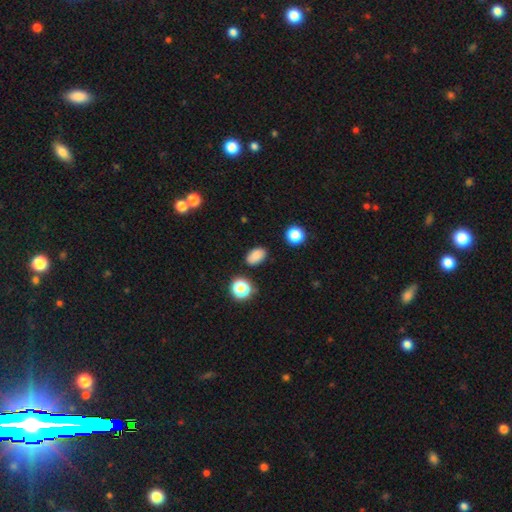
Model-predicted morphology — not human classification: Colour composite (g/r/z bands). It shows a smooth galaxy with no disk features (83%) that is in between round and cigar-shaped (86%). Merging: none (85%).